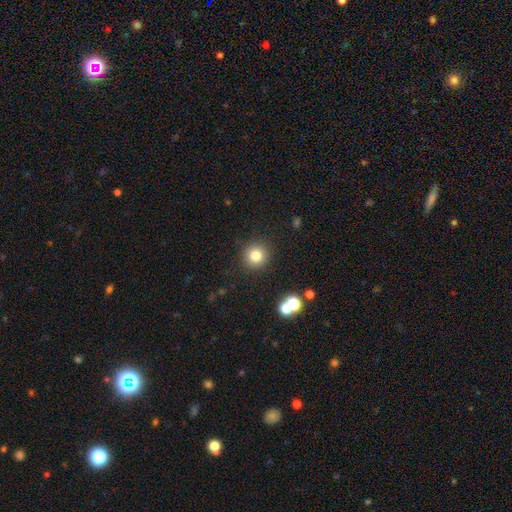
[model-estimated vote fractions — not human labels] Smooth or featured? Predicted: smooth (p=0.80). How rounded? Predicted: round (p=0.93). Merging? Predicted: none (p=0.88).